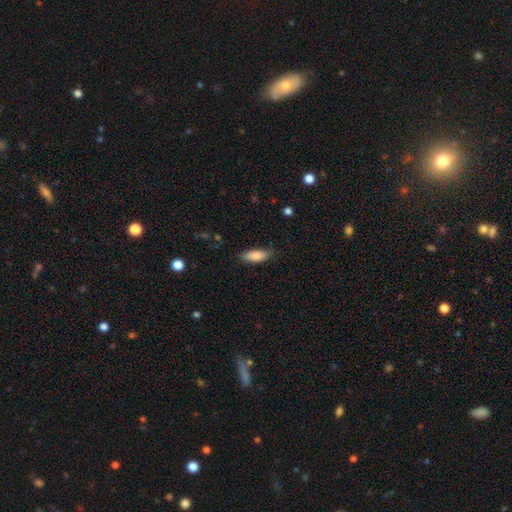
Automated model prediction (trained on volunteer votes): Morphology: type=smooth (84%); roundness=in between (73%); merging=none (79%).